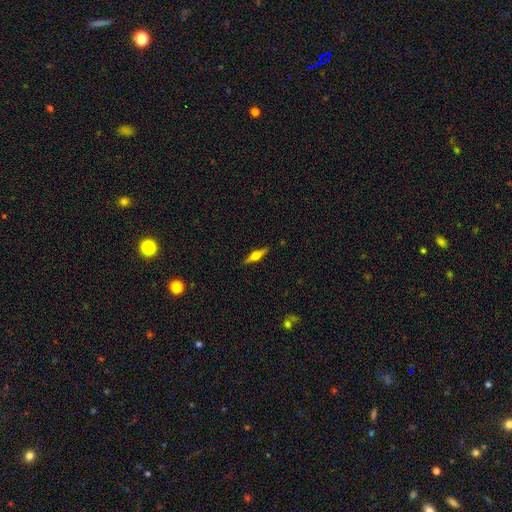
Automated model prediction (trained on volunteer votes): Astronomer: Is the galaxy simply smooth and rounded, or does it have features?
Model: featured or disk — 66%.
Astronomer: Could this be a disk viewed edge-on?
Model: yes — 97%.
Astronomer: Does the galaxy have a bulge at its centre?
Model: rounded — 93%.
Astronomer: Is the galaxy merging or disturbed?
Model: none — 89%.